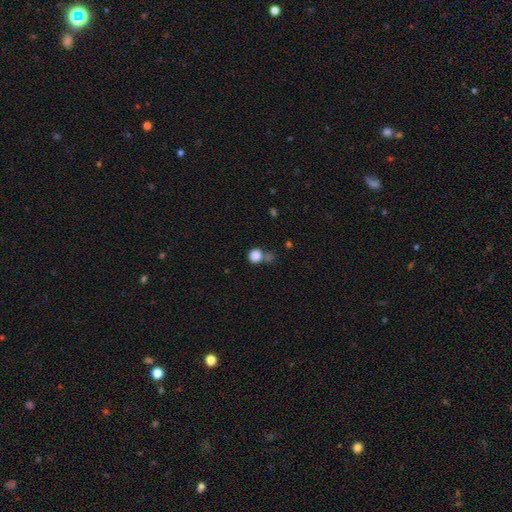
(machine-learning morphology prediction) A smooth galaxy with no disk features (85%) that is round (87%).

Vote fractions:
- Smooth or featured? smooth: 85% / star or artifact: 10% / featured or disk: 5%
- How rounded? round: 87% / in between: 12% / cigar-shaped: 1%
- Merging? none: 55% / merger: 26% / minor disturbance: 13% / major disturbance: 6%